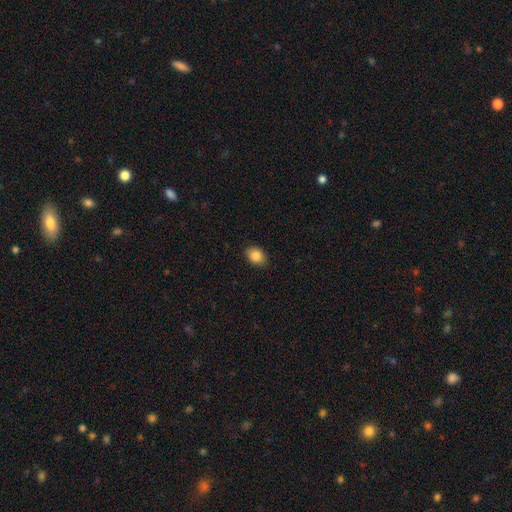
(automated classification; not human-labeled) A smooth galaxy with no disk features (87%) that is in between round and cigar-shaped (72%).

Vote fractions:
- Smooth or featured? smooth: 87% / star or artifact: 8% / featured or disk: 5%
- How rounded? in between: 72% / round: 27% / cigar-shaped: 1%
- Merging? none: 85% / minor disturbance: 12% / major disturbance: 2% / merger: 1%